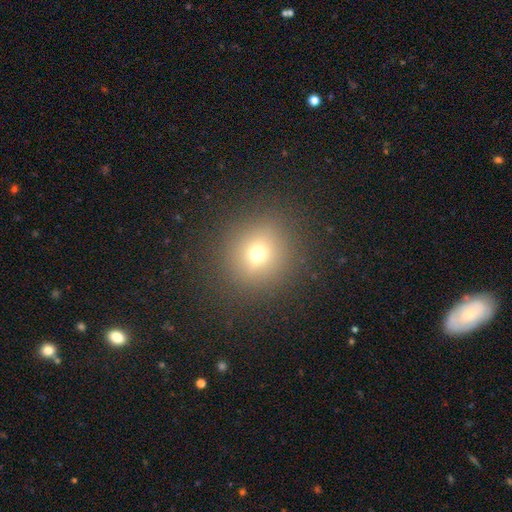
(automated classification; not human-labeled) Smooth or featured? Predicted: smooth (p=0.68). How rounded? Predicted: round (p=0.88). Merging? Predicted: none (p=0.90).